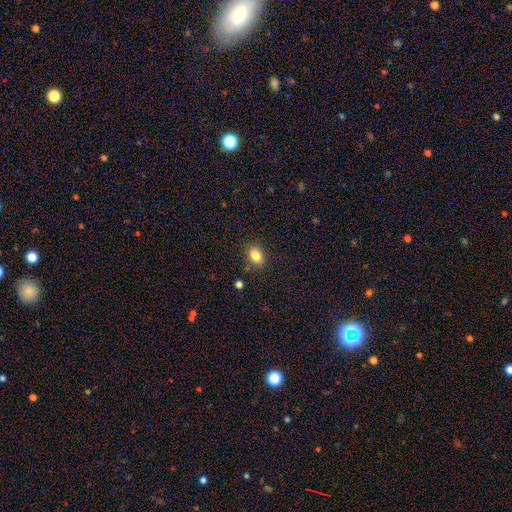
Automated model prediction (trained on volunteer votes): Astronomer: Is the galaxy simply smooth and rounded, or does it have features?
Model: smooth — 83%.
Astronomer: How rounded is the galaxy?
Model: in between — 81%.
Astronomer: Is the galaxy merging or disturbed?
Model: none — 84%.